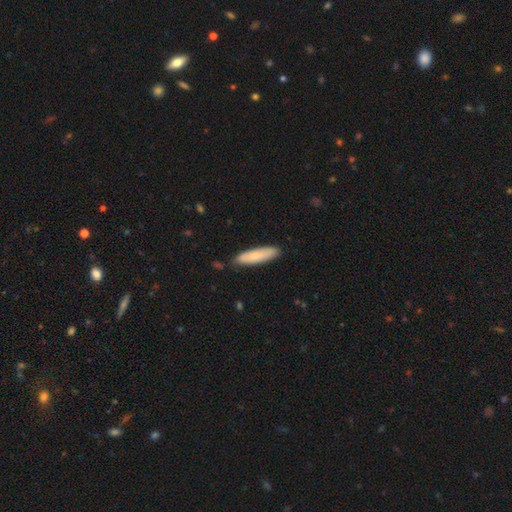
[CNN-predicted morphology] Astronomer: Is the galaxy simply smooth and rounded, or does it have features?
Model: smooth — 81%.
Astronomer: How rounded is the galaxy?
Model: cigar-shaped — 75%.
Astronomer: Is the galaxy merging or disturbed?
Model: none — 84%.